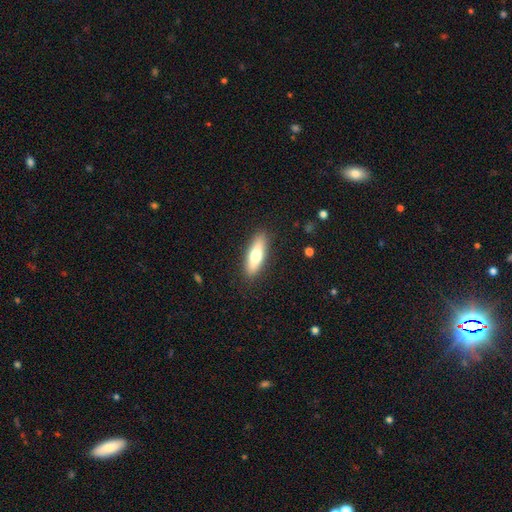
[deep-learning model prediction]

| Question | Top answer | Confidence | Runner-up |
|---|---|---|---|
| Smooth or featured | smooth | 67% | featured or disk (27%) |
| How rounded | in between | 49% | tied: cigar-shaped (49%) |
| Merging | none | 88% | minor disturbance (9%) |